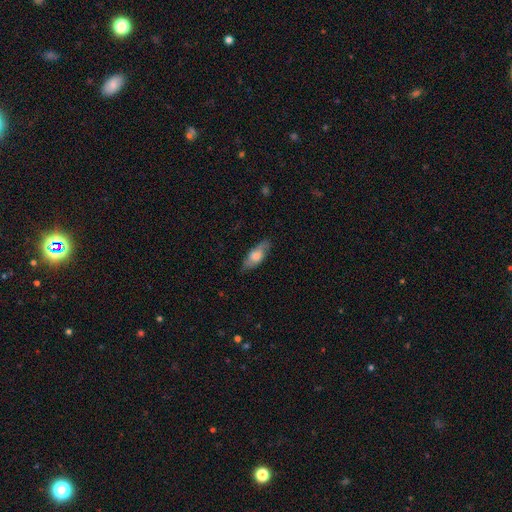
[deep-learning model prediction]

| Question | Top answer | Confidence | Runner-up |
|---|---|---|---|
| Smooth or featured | smooth | 60% | featured or disk (34%) |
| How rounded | in between | 71% | cigar-shaped (25%) |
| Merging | none | 78% | minor disturbance (17%) |